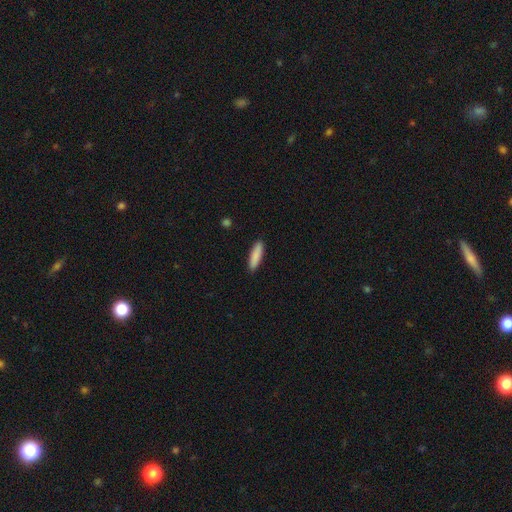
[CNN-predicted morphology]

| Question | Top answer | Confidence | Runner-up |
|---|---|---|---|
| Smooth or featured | smooth | 88% | featured or disk (6%) |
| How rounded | cigar-shaped | 69% | in between (29%) |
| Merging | none | 90% | minor disturbance (7%) |